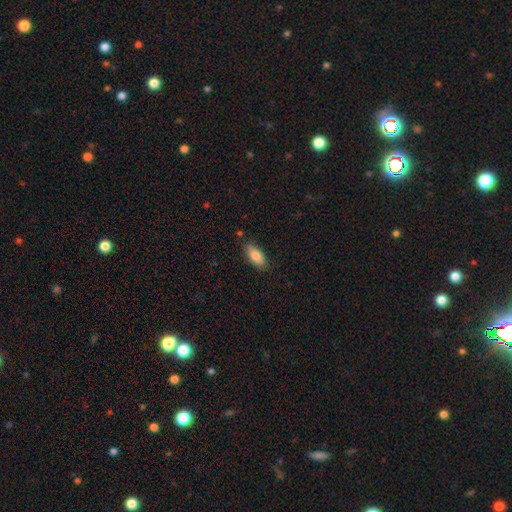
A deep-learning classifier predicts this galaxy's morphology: smooth-or-featured: smooth: 83% | featured or disk: 10% | star or artifact: 7%
  how-rounded: in between: 85% | cigar-shaped: 13% | round: 2%
  merging: none: 82% | minor disturbance: 14% | major disturbance: 3% | merger: 2%